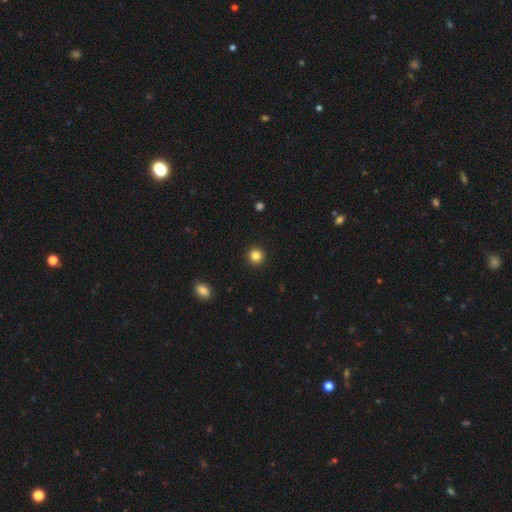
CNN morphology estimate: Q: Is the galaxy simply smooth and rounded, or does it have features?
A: smooth — 84%.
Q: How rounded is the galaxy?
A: round — 95%.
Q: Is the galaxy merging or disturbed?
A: none — 93%.